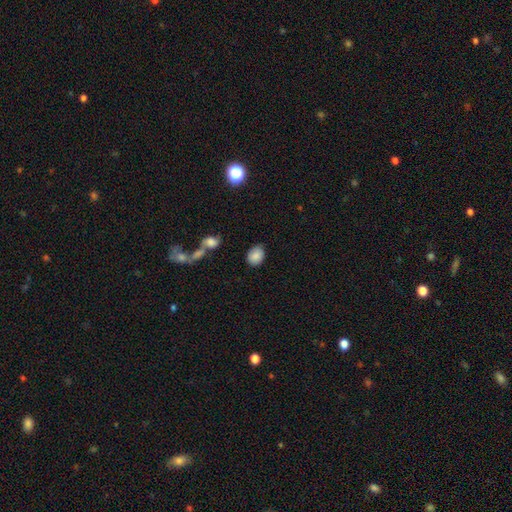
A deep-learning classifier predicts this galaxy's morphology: The model was most divided on "how rounded": in between: 65%, round: 33%, cigar-shaped: 1%. More confident: smooth or featured — smooth (86%); merging — none (76%).